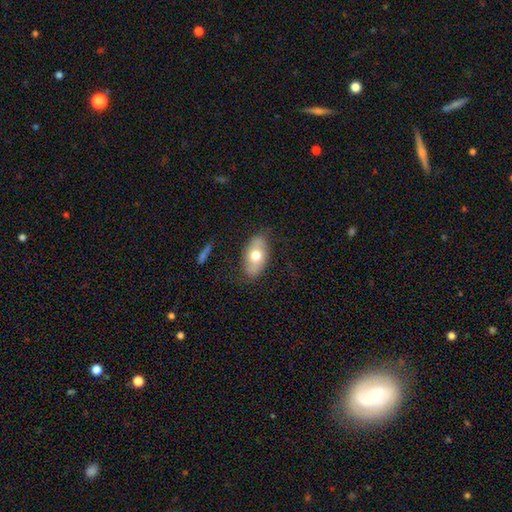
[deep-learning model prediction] A smooth galaxy with no disk features (64%) that is in between round and cigar-shaped (91%).

Vote fractions:
- Smooth or featured? smooth: 64% / featured or disk: 29% / star or artifact: 6%
- How rounded? in between: 91% / round: 6% / cigar-shaped: 3%
- Merging? none: 78% / minor disturbance: 16% / major disturbance: 5% / merger: 1%